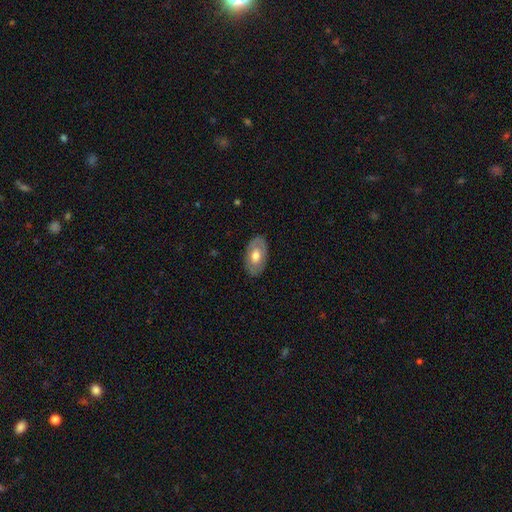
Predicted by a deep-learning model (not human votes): Overall: smooth (53%; featured or disk 42%). How rounded: in between (91%). Merging: none (83%).